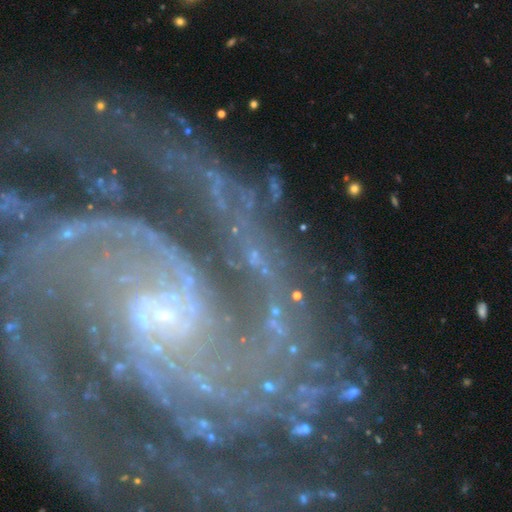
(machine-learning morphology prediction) featured or disk 71%, star or artifact 19%, smooth 10%. Down the decision tree: edge-on disk — no (94%); bar — no (46%); spiral arms — yes (91%); spiral arm count — 2 (34%); spiral winding — tight (44%); bulge size — small (64%); merging — none (55%).